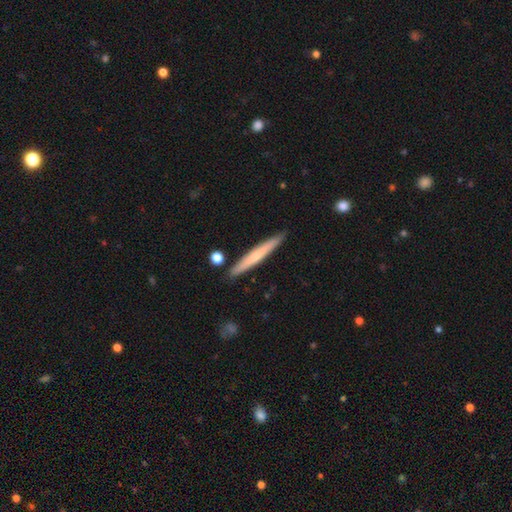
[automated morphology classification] Smooth or featured: smooth — 54% (featured or disk — 41%)
How rounded: cigar-shaped — 96% (in between — 3%)
Merging: none — 89% (minor disturbance — 7%)